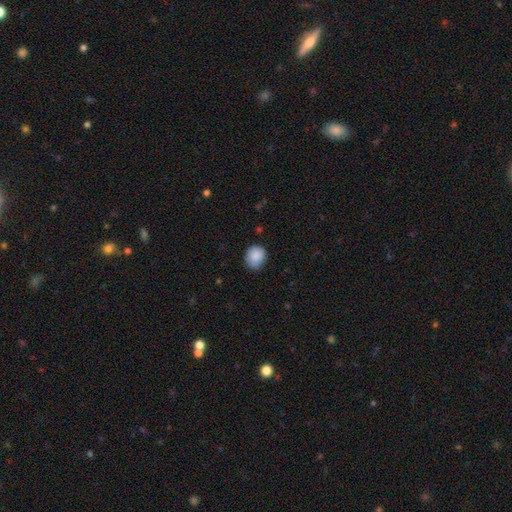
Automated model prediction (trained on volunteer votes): A smooth galaxy with no disk features (87%) that is round (74%). Merging: none (72%).